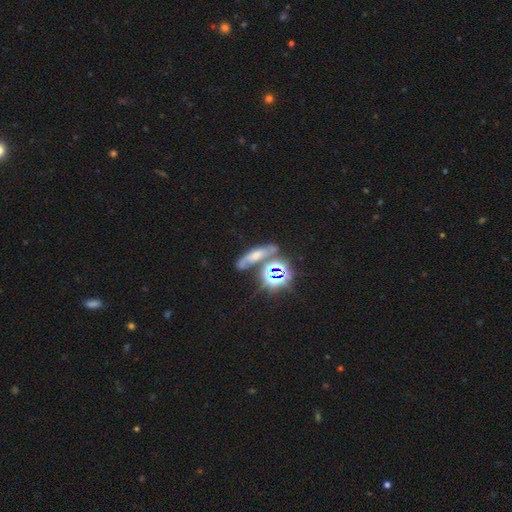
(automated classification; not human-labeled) The model was most divided on "smooth or featured": star or artifact: 38%, smooth: 34%, featured or disk: 28%.